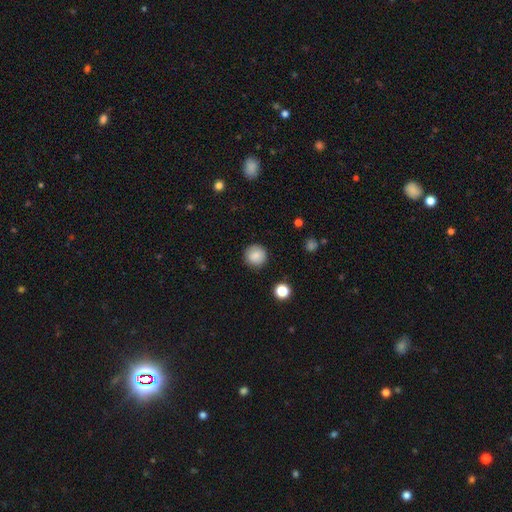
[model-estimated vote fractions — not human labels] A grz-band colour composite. It shows a smooth galaxy with no disk features (87%) that is round (94%). Merging: none (90%).